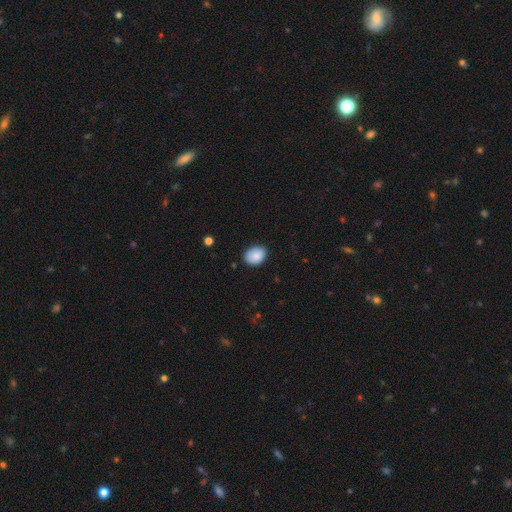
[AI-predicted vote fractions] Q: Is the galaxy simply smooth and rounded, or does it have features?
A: smooth — 88%.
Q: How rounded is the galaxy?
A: in between — 69%.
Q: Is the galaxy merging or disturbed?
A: none — 84%.